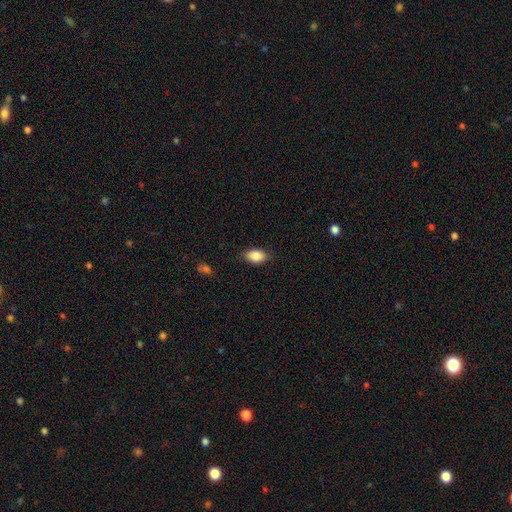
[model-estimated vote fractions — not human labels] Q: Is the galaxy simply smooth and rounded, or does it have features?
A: smooth — 86%.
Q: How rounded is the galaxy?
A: in between — 89%.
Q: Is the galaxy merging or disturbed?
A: none — 84%.